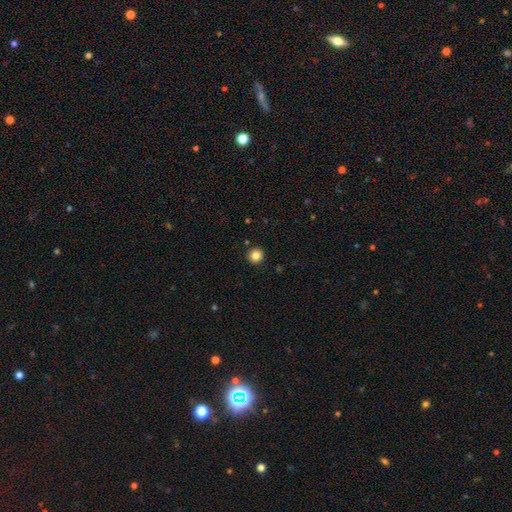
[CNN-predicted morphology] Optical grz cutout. It shows a smooth galaxy with no disk features (84%) that is round (94%). Merging: none (93%).